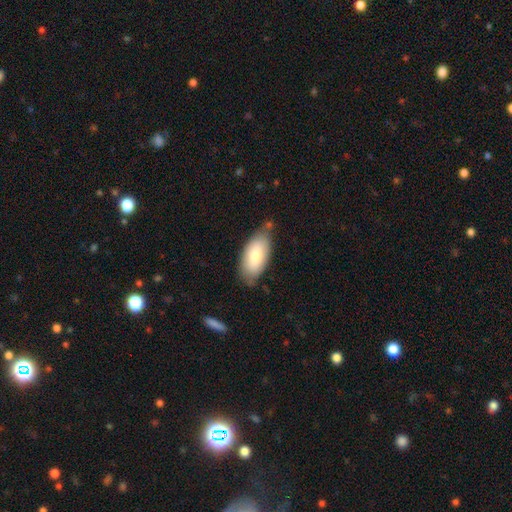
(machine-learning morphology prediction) This appears to be a smooth galaxy with no disk features (76%) that is in between round and cigar-shaped (93%). Merging: none (65%).